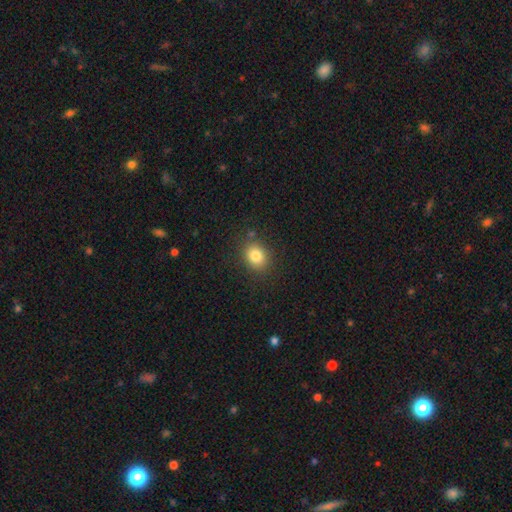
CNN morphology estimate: A smooth galaxy with no disk features (82%) that is round (53%). Merging: none (84%).